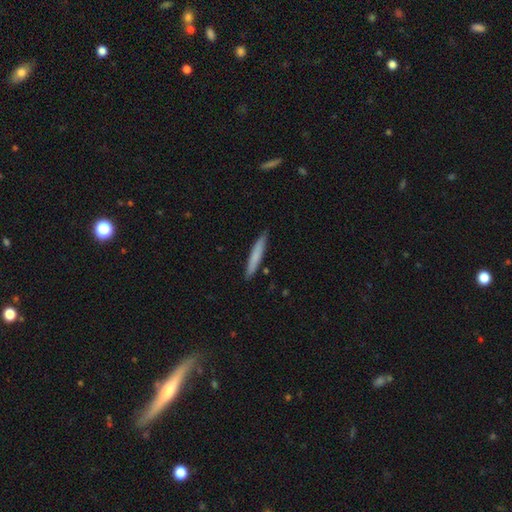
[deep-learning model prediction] A smooth galaxy with no disk features (74%) that is cigar-shaped (95%).

Vote fractions:
- Smooth or featured? smooth: 74% / featured or disk: 20% / star or artifact: 6%
- How rounded? cigar-shaped: 95% / in between: 3% / round: 1%
- Merging? none: 90% / minor disturbance: 7% / major disturbance: 1% / merger: 1%